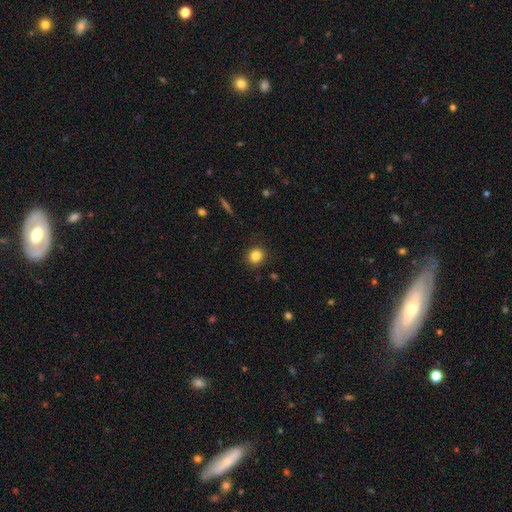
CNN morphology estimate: smooth-or-featured: smooth: 84% | star or artifact: 11% | featured or disk: 5%
  how-rounded: round: 82% | in between: 17% | cigar-shaped: 1%
  merging: none: 88% | minor disturbance: 9% | major disturbance: 3% | merger: 1%